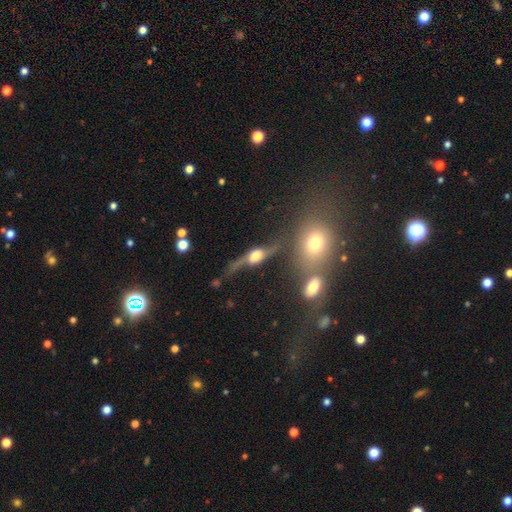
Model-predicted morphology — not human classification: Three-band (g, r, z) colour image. It shows a featured or disk galaxy (73%). Merging: none (52%).